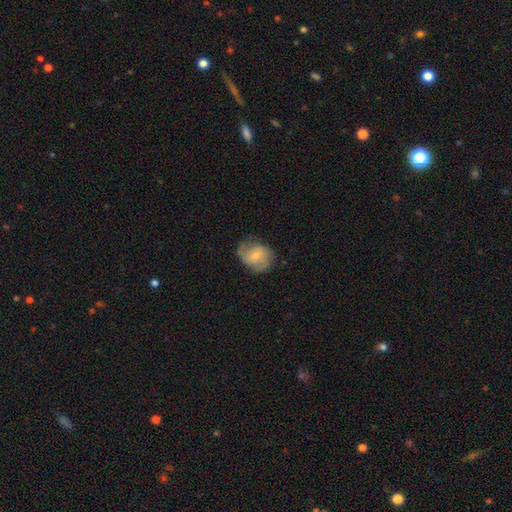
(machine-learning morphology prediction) smooth_or_featured: smooth (p=0.59) [alt: featured or disk p=0.34]
how_rounded: round (p=0.52) [alt: in between p=0.47]
merging: none (p=0.59) [alt: minor disturbance p=0.29]